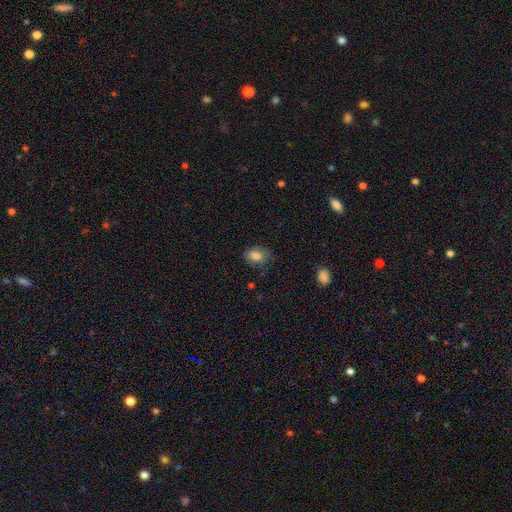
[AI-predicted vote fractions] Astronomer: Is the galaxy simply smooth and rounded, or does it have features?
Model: smooth — 83%.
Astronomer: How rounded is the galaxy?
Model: in between — 81%.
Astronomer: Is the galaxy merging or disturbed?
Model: none — 66%.